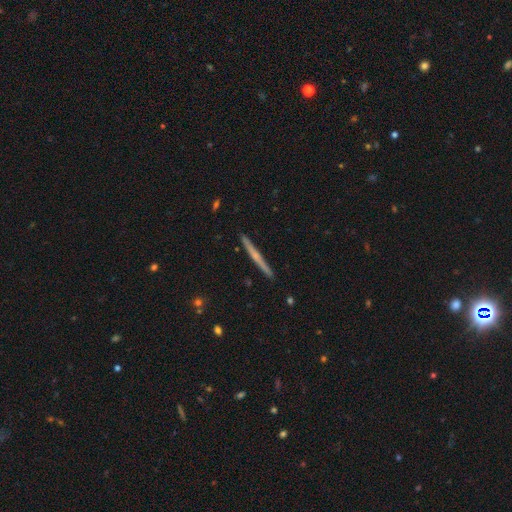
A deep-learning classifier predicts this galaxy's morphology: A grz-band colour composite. It shows a featured or disk galaxy (65%) viewed edge-on (98%) with a rounded central bulge (48%). Merging: none (92%).